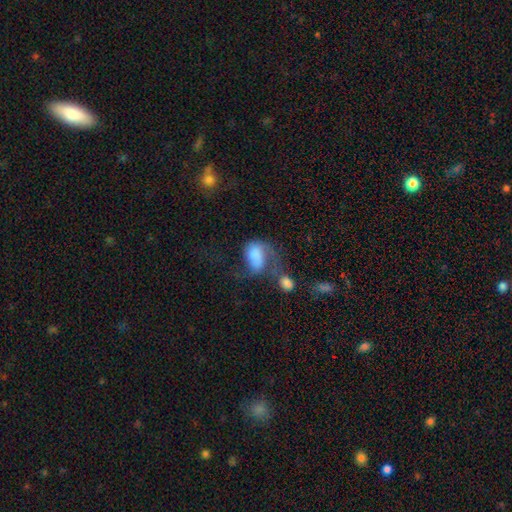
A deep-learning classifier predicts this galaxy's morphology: Smooth or featured? Predicted: smooth (p=0.58). How rounded? Predicted: in between (p=0.78). Merging? Predicted: major disturbance (p=0.40).